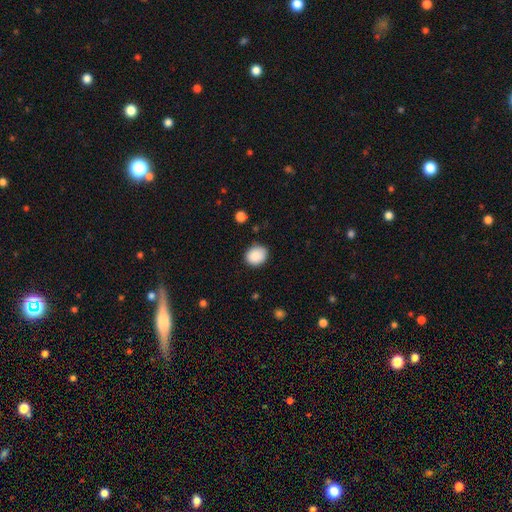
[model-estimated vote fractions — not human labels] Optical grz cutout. It shows a smooth galaxy with no disk features (89%) that is round (61%). Merging: none (83%).